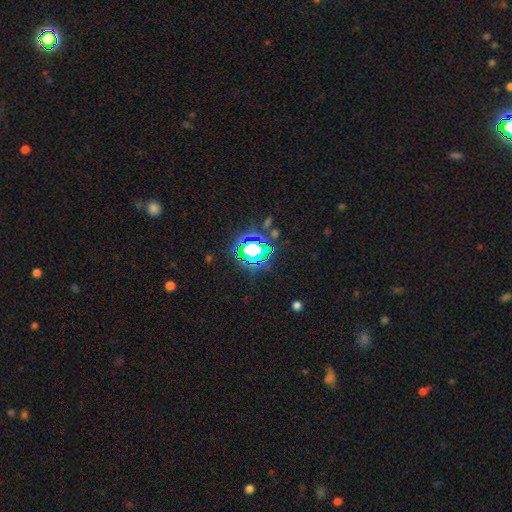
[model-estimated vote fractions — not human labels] Smooth or featured: star or artifact — 69% (smooth — 19%)